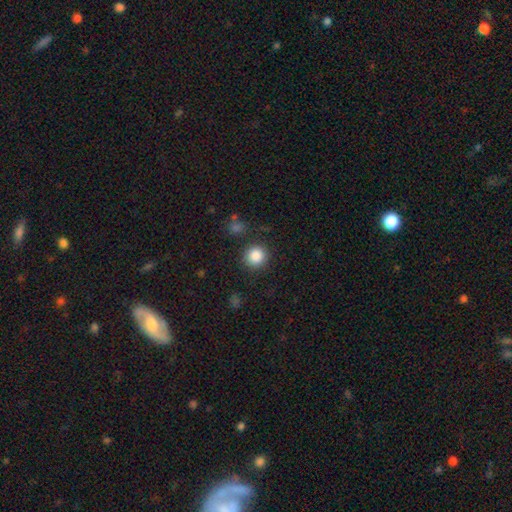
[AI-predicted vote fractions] Morphology: type=smooth (86%); roundness=round (93%); merging=none (87%).